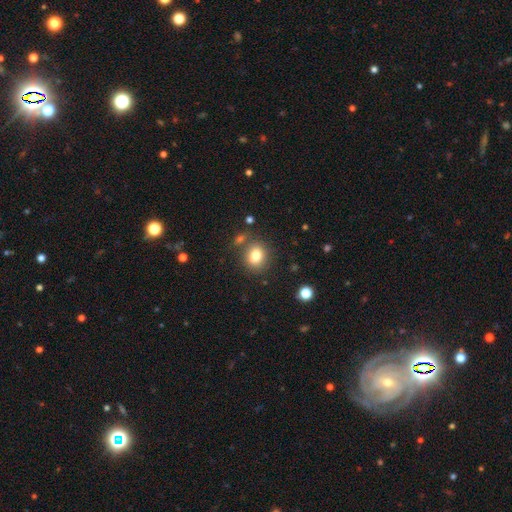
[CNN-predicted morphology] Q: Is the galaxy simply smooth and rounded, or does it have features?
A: smooth — 81%.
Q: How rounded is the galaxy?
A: round — 58%.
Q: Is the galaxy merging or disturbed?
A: none — 74%.